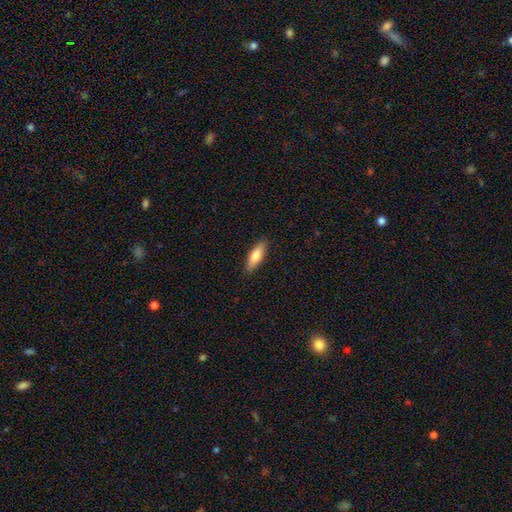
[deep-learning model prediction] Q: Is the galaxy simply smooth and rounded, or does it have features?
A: smooth — 76%.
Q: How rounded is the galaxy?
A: in between — 49%, tied with cigar-shaped.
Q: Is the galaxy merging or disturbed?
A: none — 88%.